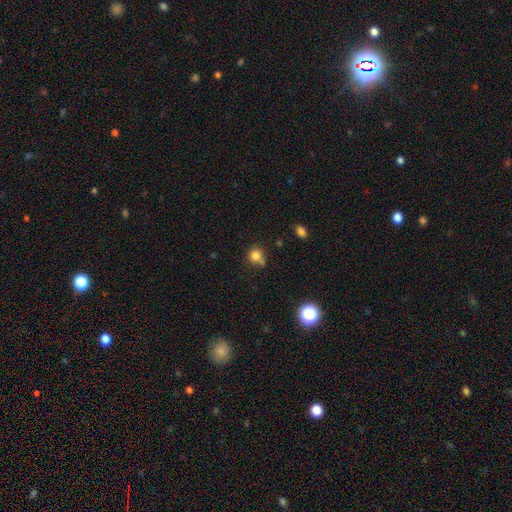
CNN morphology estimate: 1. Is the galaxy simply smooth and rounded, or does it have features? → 80% smooth, 13% star or artifact, 7% featured or disk.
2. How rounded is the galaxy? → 85% round, 14% in between, 1% cigar-shaped.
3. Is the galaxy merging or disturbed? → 56% none, 20% minor disturbance, 17% merger, 7% major disturbance.